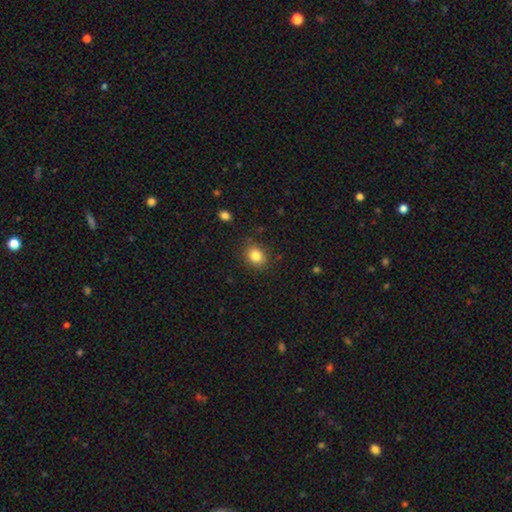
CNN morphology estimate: The model was most divided on "how rounded": round: 67%, in between: 32%, cigar-shaped: 1%. More confident: merging — none (85%); smooth or featured — smooth (84%).